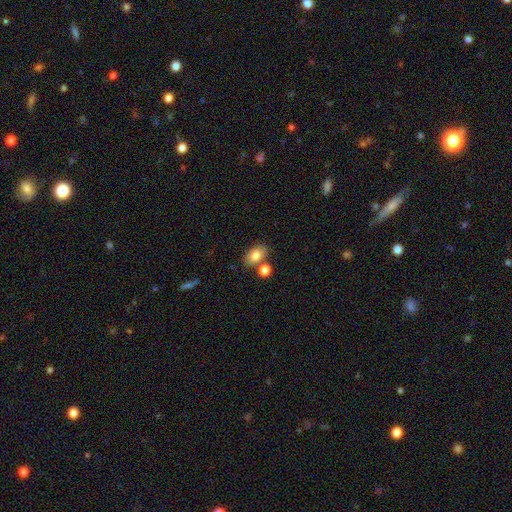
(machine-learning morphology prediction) smooth 80%, featured or disk 11%, star or artifact 9%. Down the decision tree: how rounded — in between (84%); merging — none (67%).